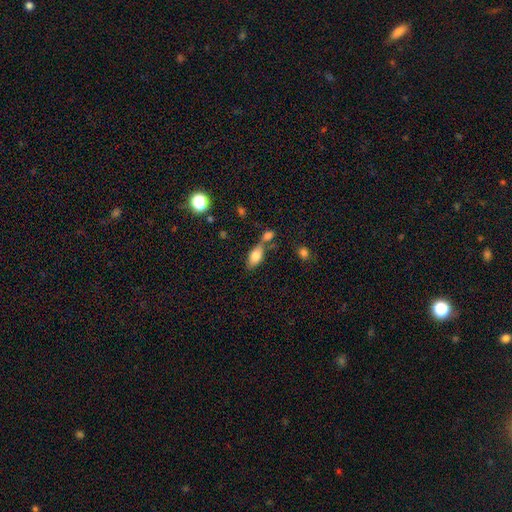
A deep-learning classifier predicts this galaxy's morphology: Smooth or featured? smooth (76%)
How rounded? in between (86%)
Merging? none (46%)